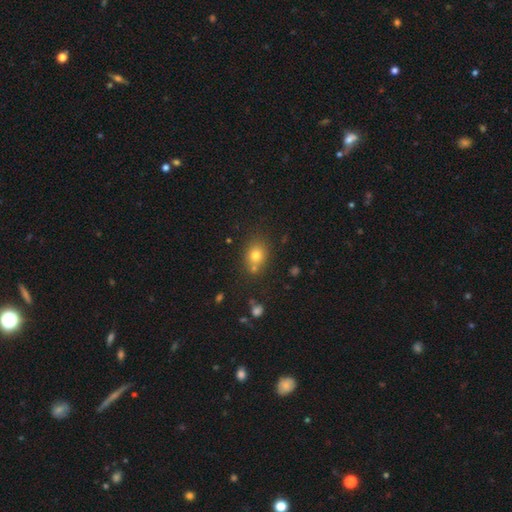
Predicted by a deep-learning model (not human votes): smooth 75%, star or artifact 15%, featured or disk 10%. Down the decision tree: how rounded — round (60%); merging — none (68%).